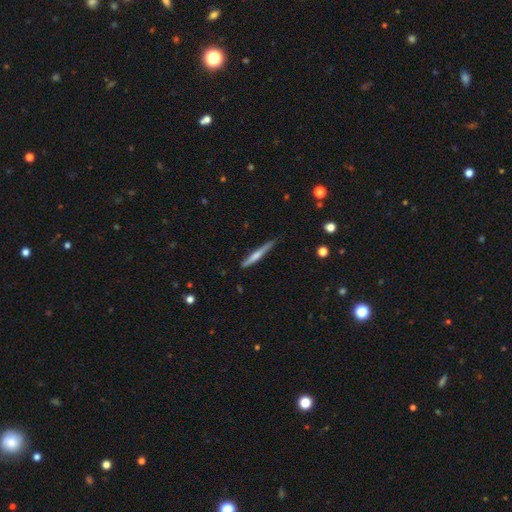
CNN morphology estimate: A featured or disk galaxy (49%). Merging: none (82%).